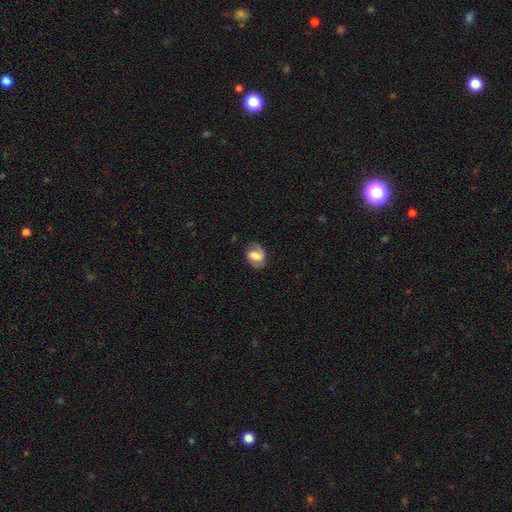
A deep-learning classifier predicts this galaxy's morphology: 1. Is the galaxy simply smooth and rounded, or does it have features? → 49% featured or disk, 42% smooth, 8% star or artifact.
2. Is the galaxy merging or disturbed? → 69% none, 21% minor disturbance, 9% major disturbance, 1% merger.